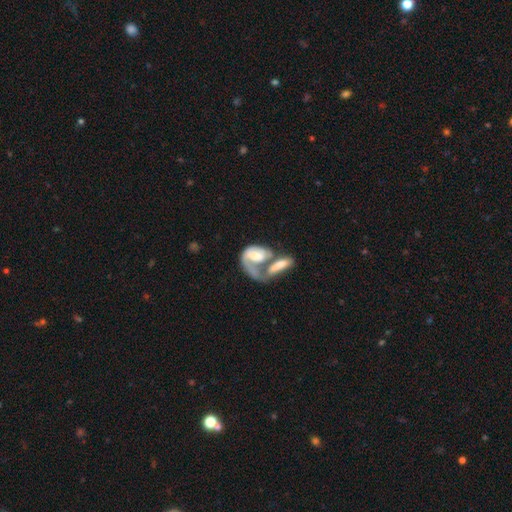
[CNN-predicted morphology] featured or disk 58%, smooth 36%, star or artifact 6%. Down the decision tree: edge-on disk — no (94%); bar — no (58%); spiral arms — yes (62%); bulge size — moderate (38%); merging — merger (61%).